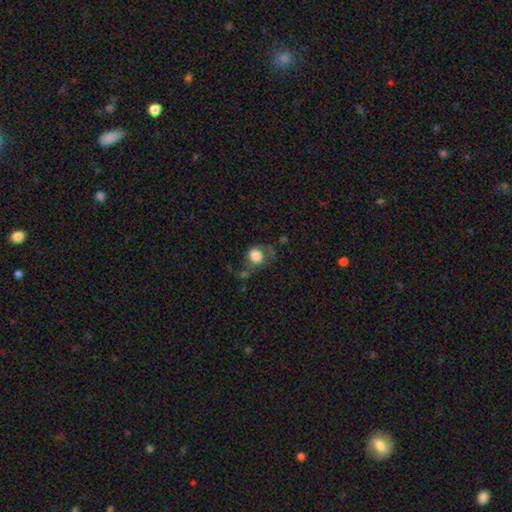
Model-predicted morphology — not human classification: Overall: smooth (63%; featured or disk 28%). How rounded: round (58%; in between 41%). Merging: major disturbance (36%; none 34%).